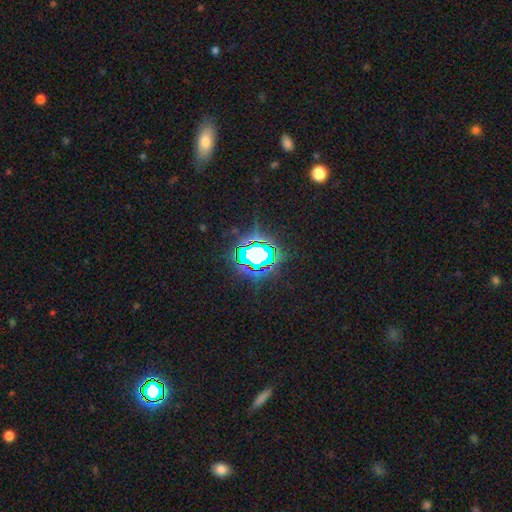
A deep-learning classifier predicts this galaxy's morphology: The model was most divided on "smooth or featured": star or artifact: 71%, smooth: 17%, featured or disk: 13%.